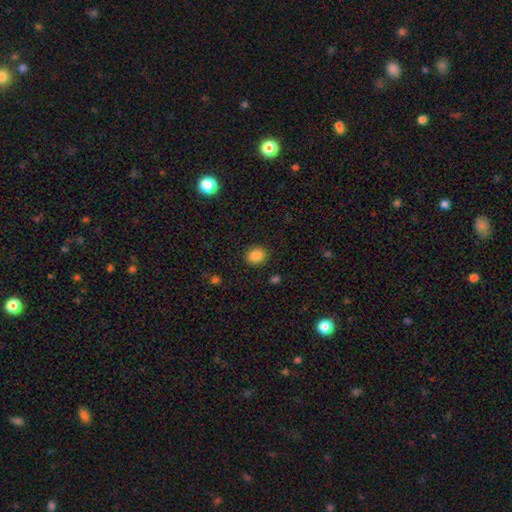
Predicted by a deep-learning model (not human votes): A smooth galaxy with no disk features (87%) that is round (57%).

Vote fractions:
- Smooth or featured? smooth: 87% / star or artifact: 9% / featured or disk: 4%
- How rounded? round: 57% / in between: 42% / cigar-shaped: 1%
- Merging? none: 89% / minor disturbance: 8% / major disturbance: 3% / merger: 1%